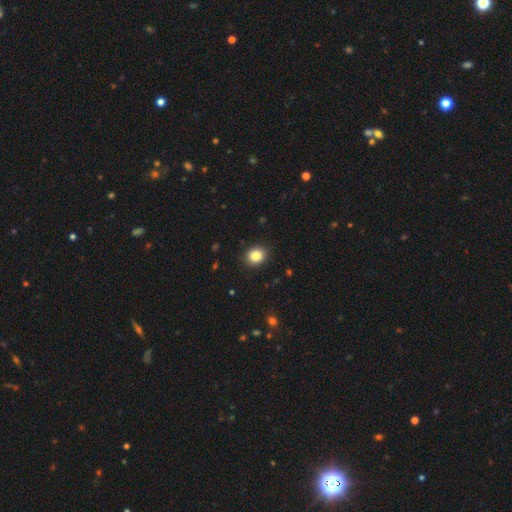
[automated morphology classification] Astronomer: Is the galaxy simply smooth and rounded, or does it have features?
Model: smooth — 86%.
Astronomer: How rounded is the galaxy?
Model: round — 61% (runner-up: in between, 39%).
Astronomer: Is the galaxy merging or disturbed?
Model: none — 90%.